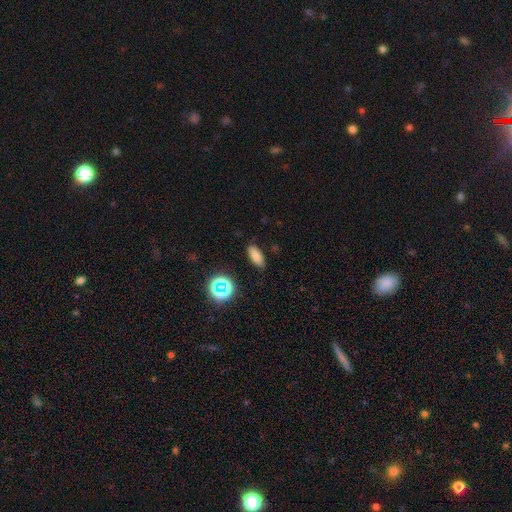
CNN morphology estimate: Overall: smooth (79%). How rounded: in between (72%). Merging: none (84%).